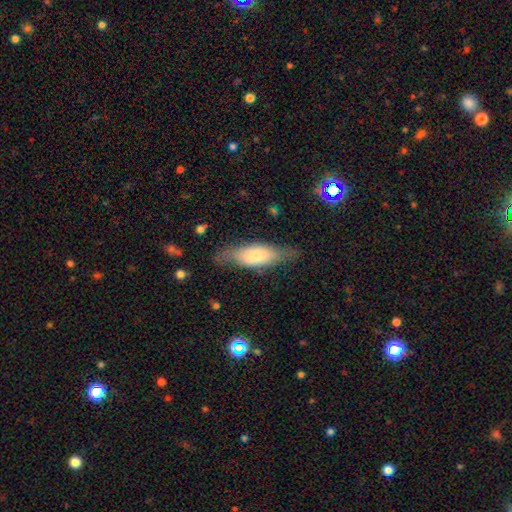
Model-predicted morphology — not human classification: smooth-or-featured: smooth: 63% | featured or disk: 31% | star or artifact: 6%
  how-rounded: in between: 60% | cigar-shaped: 38% | round: 2%
  merging: none: 72% | minor disturbance: 20% | major disturbance: 7% | merger: 2%